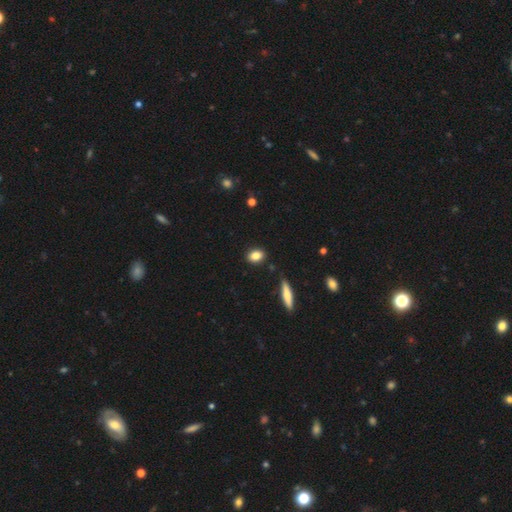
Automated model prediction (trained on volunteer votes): The model was most divided on "how rounded": in between: 67%, round: 28%, cigar-shaped: 4%. More confident: merging — none (87%); smooth or featured — smooth (84%).